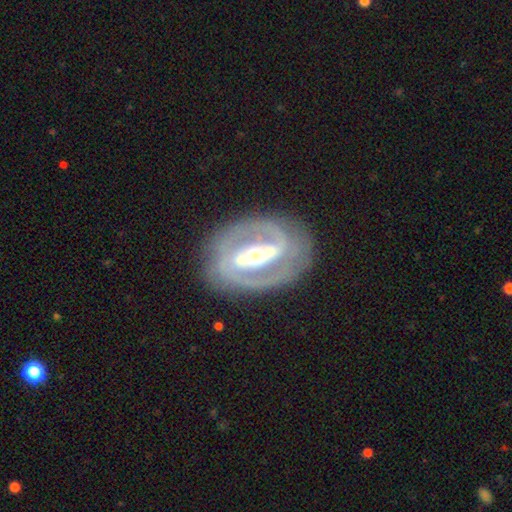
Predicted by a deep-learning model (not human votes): The model was most divided on "spiral winding": tight: 52%, medium: 38%, loose: 10%. More confident: edge-on disk — no (96%); spiral arms — yes (88%); smooth or featured — featured or disk (87%); spiral arm count — 2 (84%); merging — none (81%); bulge size — moderate (65%); bar — strong (60%).